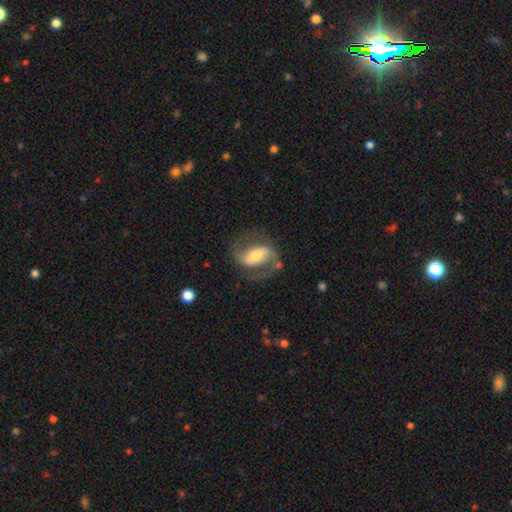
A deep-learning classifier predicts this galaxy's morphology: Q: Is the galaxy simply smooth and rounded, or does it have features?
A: featured or disk — 81%.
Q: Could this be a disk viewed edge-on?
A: no — 96%.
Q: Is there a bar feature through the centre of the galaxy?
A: strong — 48%.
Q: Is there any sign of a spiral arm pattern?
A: yes — 92%.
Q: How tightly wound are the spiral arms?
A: medium — 52%.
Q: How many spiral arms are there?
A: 2 — 91%.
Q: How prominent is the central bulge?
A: moderate — 57%.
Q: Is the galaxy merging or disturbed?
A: none — 72%.